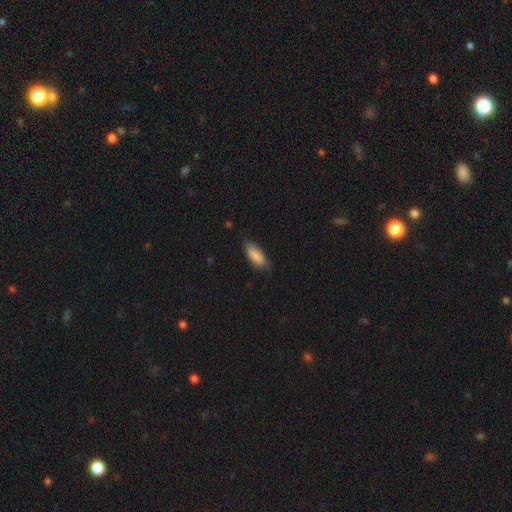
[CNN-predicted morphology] This appears to be a smooth galaxy with no disk features (87%) that is in between round and cigar-shaped (72%). Merging: none (76%).